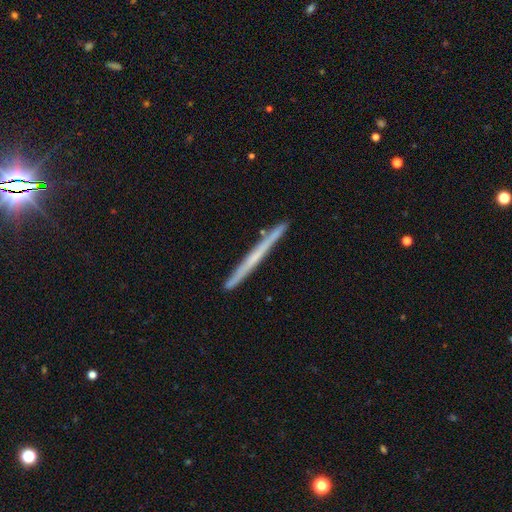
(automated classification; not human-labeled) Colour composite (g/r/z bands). It shows a featured or disk galaxy (59%) viewed edge-on (97%) with no central bulge (79%). Merging: none (90%).